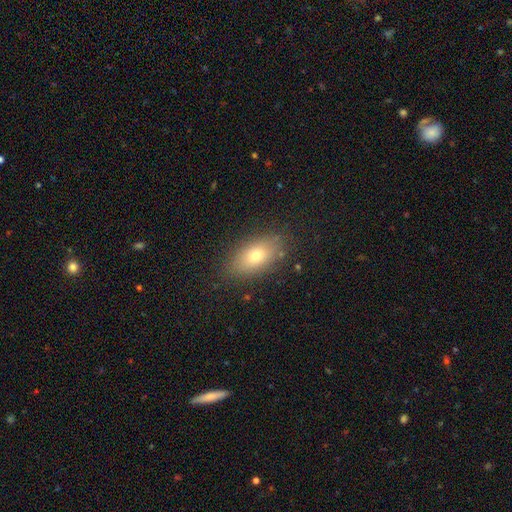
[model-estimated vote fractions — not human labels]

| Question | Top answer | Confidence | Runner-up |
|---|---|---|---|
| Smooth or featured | smooth | 73% | featured or disk (17%) |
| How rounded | in between | 88% | round (9%) |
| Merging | none | 83% | minor disturbance (12%) |